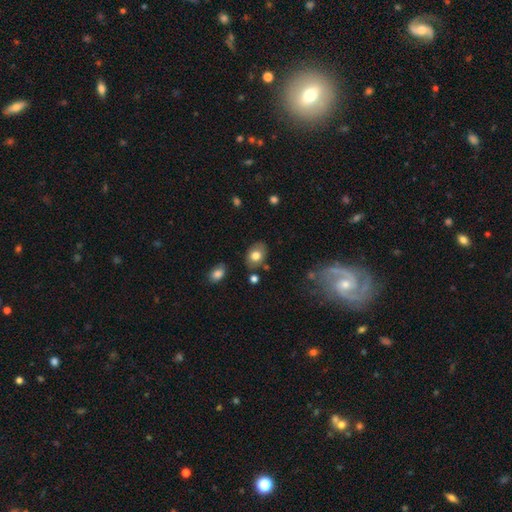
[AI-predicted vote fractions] Morphology: type=smooth (76%); roundness=in between (76%); merging=none (79%).